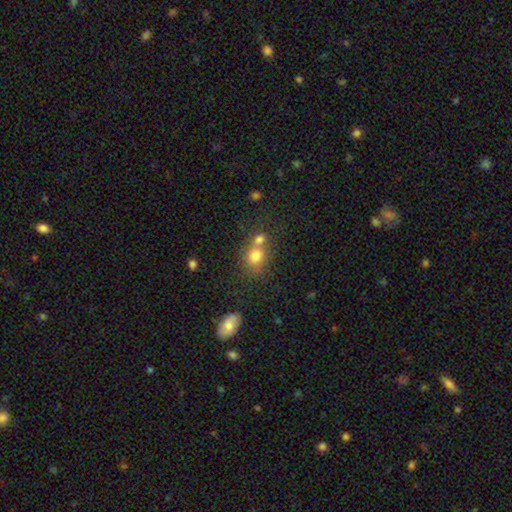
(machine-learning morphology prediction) Overall: smooth (77%). How rounded: round (69%; in between 30%). Merging: merger (48%; none 38%).